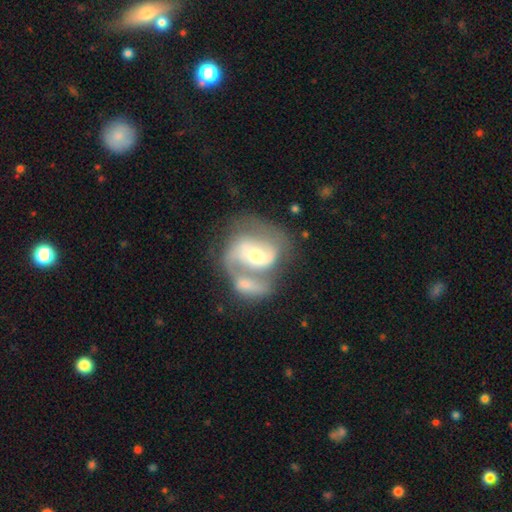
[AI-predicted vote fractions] The model was most divided on "bar": no: 45%, weak: 38%, strong: 17%. Remaining: edge-on disk — no (97%); spiral arms — yes (87%); smooth or featured — featured or disk (79%); spiral arm count — 2 (73%); bulge size — moderate (60%); merging — merger (54%); spiral winding — medium (47%).